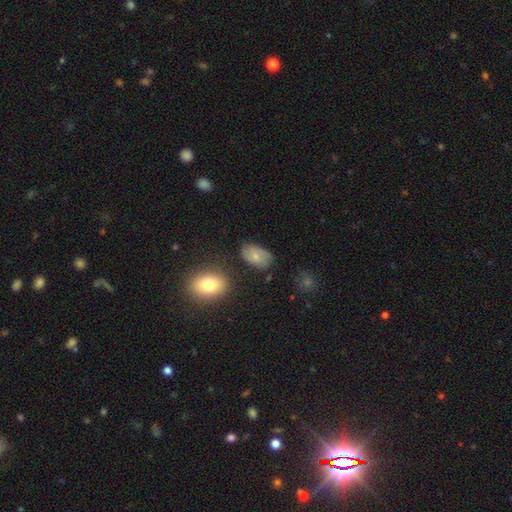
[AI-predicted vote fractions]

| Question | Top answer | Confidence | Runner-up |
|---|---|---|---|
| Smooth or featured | smooth | 66% | featured or disk (24%) |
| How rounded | in between | 89% | round (10%) |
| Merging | none | 67% | minor disturbance (23%) |